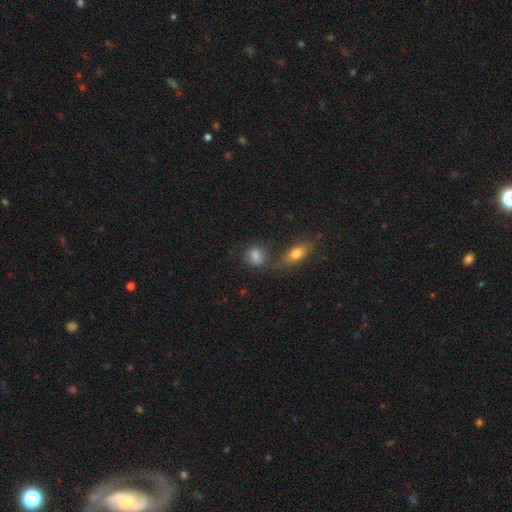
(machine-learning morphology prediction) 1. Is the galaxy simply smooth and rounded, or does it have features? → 77% smooth, 12% featured or disk, 11% star or artifact.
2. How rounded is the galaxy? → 49% in between, 48% round, 3% cigar-shaped.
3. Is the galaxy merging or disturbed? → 54% none, 23% merger, 16% minor disturbance, 7% major disturbance.